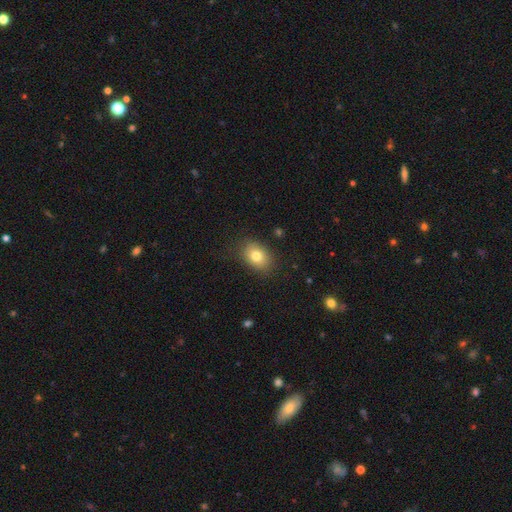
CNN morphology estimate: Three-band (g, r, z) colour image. It shows a smooth galaxy with no disk features (79%) that is in between round and cigar-shaped (71%). Merging: none (84%).